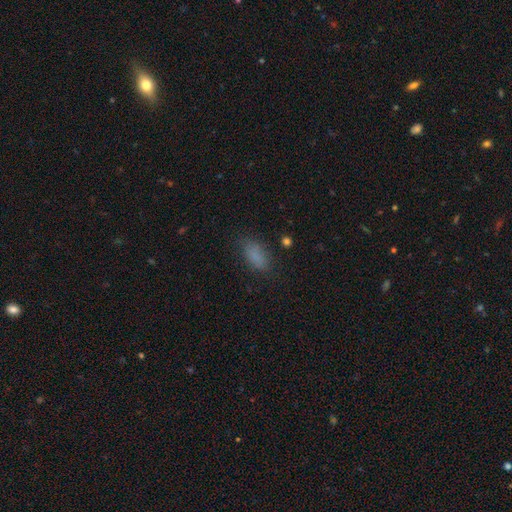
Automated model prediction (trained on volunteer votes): Overall: smooth (82%). How rounded: in between (86%). Merging: none (75%).